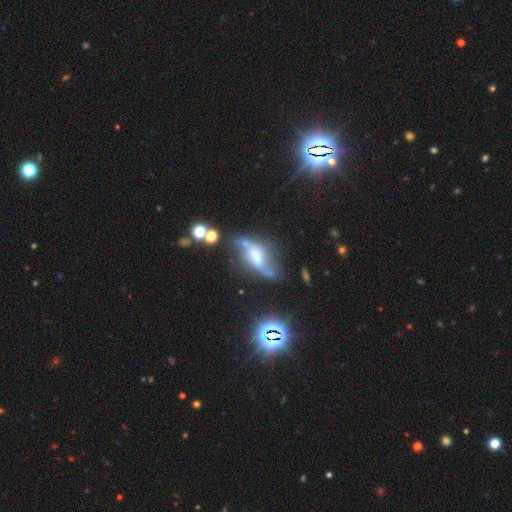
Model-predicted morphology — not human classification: Smooth or featured?
  - featured or disk: 60% *
  - smooth: 28%
  - star or artifact: 12%
Edge-on disk?
  - no: 61% *
  - yes: 39%
Merging?
  - none: 38% *
  - minor disturbance: 26%
  - major disturbance: 21%
  - merger: 15%